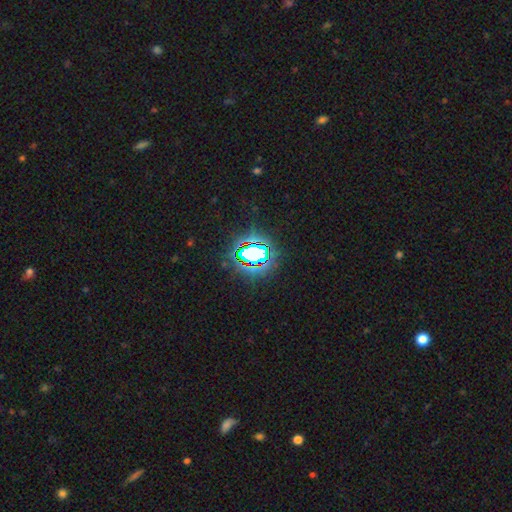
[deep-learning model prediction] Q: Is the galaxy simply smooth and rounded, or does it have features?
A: star or artifact — 69%.